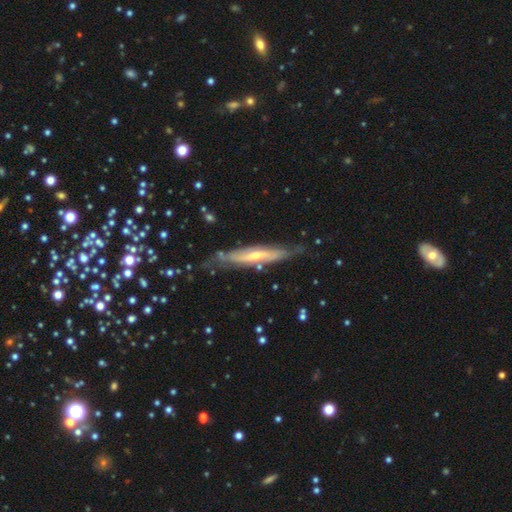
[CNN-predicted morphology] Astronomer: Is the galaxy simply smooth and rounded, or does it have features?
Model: featured or disk — 65%.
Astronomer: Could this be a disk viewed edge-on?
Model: yes — 81%.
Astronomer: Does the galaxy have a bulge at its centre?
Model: rounded — 66%.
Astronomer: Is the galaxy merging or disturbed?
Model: none — 77%.